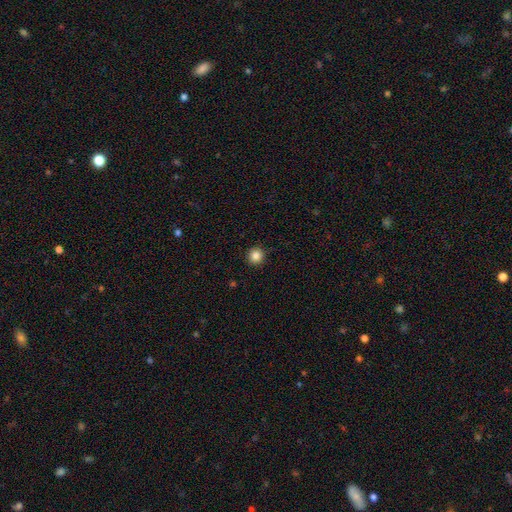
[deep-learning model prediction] This is clearly a smooth galaxy (85%). How rounded: clearly round (95%). Merging: clearly none (93%).